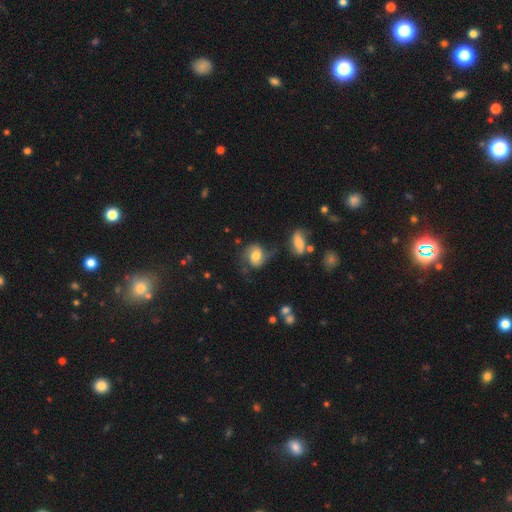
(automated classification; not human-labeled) Overall: featured or disk (57%; smooth 34%). Edge-on disk: no (97%). Bar: no (51%; weak 38%). Spiral arms: yes (89%). Bulge size: moderate (57%; large 26%). Merging: none (61%).